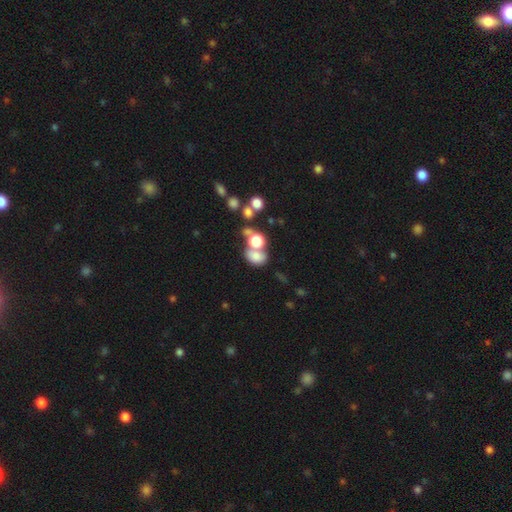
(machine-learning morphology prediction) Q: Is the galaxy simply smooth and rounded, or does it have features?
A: smooth — 72%.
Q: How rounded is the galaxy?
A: in between — 61%.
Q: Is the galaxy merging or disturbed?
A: merger — 45%.